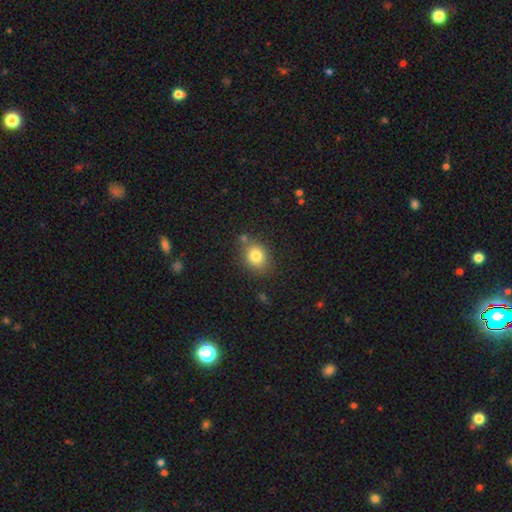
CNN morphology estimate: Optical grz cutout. It shows a smooth galaxy with no disk features (81%) that is round (64%). Merging: none (75%).